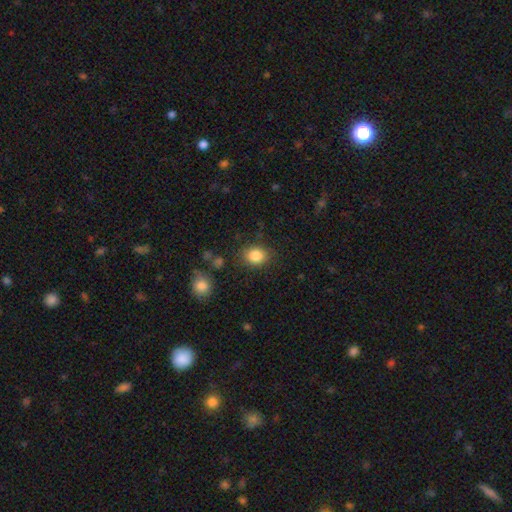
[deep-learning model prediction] Overall: smooth (84%). How rounded: round (54%; in between 45%). Merging: none (82%).